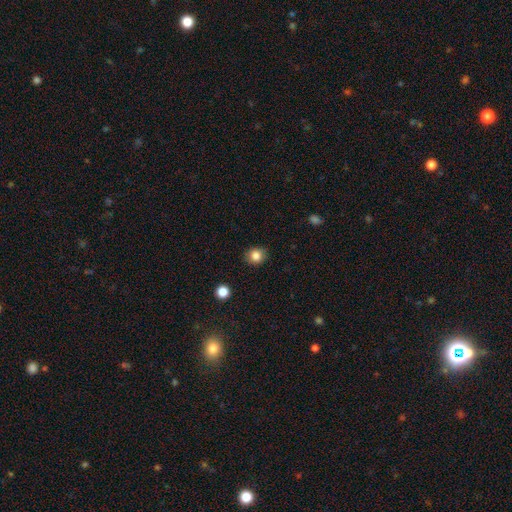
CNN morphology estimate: Smooth or featured? smooth (84%)
How rounded? round (78%)
Merging? none (89%)